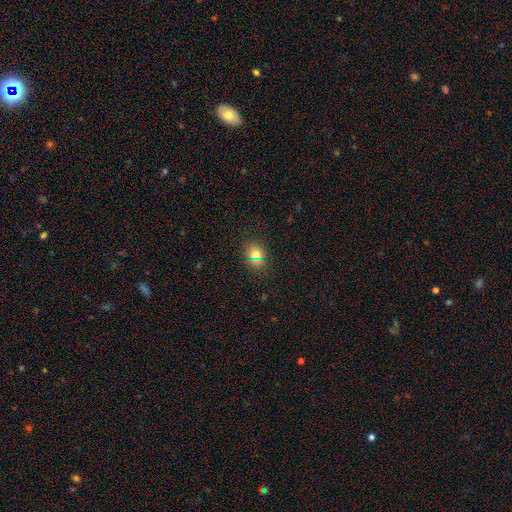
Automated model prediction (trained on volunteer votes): smooth 72%, star or artifact 20%, featured or disk 8%. Down the decision tree: how rounded — round (53%); merging — none (87%).